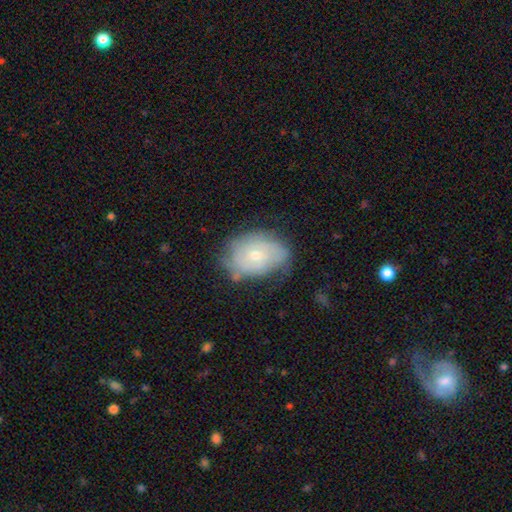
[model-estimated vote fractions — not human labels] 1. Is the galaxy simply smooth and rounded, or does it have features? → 51% featured or disk, 41% smooth, 8% star or artifact.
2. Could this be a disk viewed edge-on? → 95% no, 5% yes.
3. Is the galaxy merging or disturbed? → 59% none, 30% minor disturbance, 9% major disturbance, 2% merger.